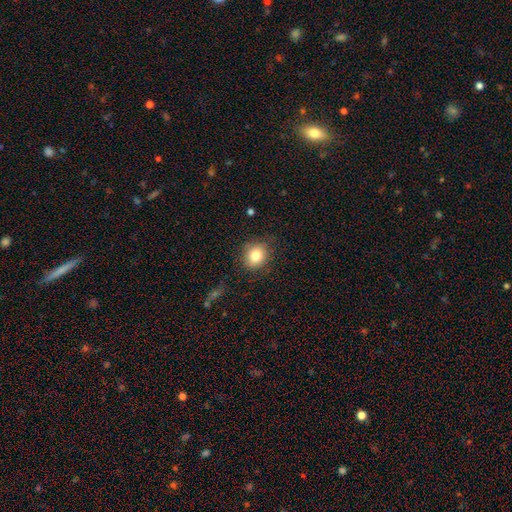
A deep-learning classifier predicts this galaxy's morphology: Q: Smooth or featured?
A: smooth (81%); runner-up: star or artifact (10%)
Q: How rounded?
A: round (72%); runner-up: in between (27%)
Q: Merging?
A: none (83%); runner-up: minor disturbance (12%)